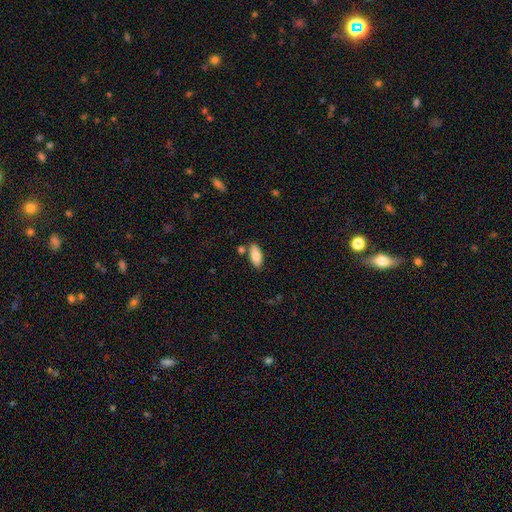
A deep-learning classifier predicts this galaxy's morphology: Smooth or featured? smooth (82%)
How rounded? in between (87%)
Merging? none (79%)